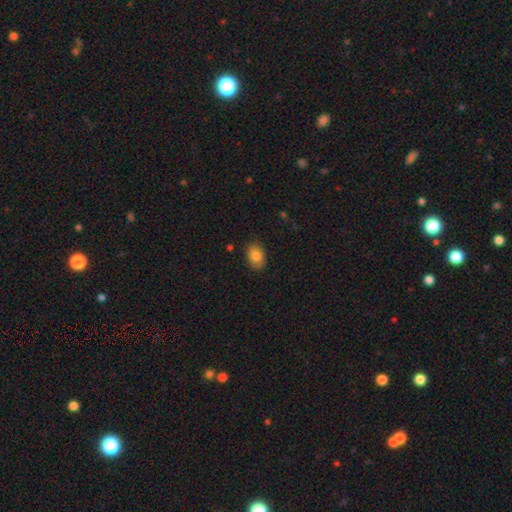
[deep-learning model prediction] This is clearly a smooth galaxy (83%). How rounded: likely in between (79%). Merging: clearly none (87%).